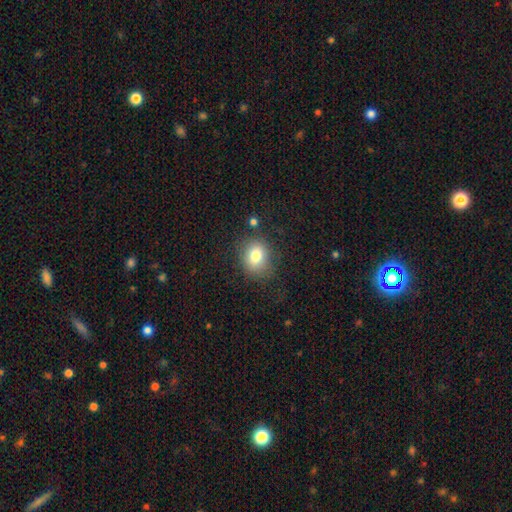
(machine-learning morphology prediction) Smooth or featured? Predicted: smooth (p=0.79). How rounded? Predicted: round (p=0.64). Merging? Predicted: none (p=0.78).